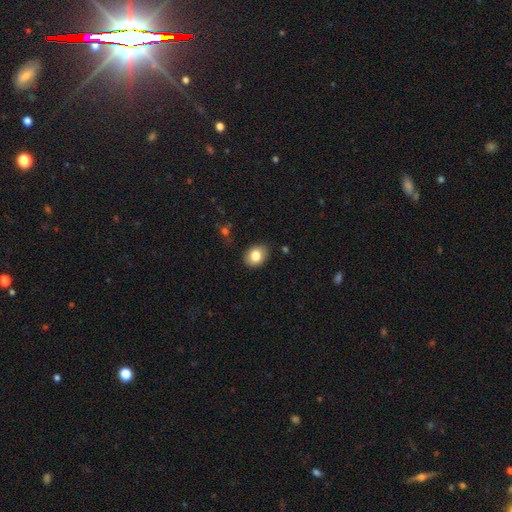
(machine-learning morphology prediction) This is clearly a smooth galaxy (82%). How rounded: likely in between (64%). Merging: clearly none (84%).